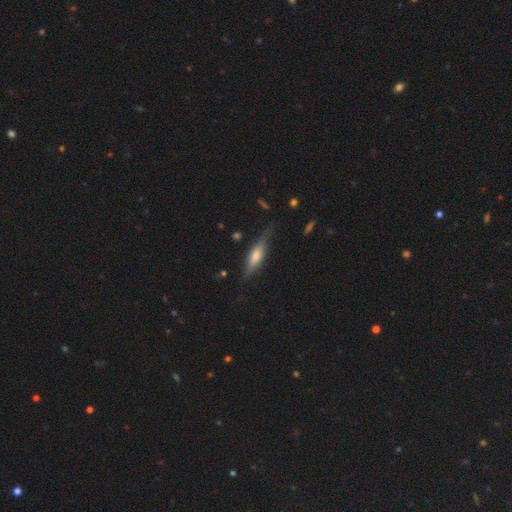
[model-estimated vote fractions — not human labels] smooth_or_featured: featured or disk (p=0.58) [alt: smooth p=0.35]
disk_edge_on: yes (p=0.93) [alt: no p=0.07]
edge_on_bulge: rounded (p=0.74) [alt: boxy p=0.19]
merging: none (p=0.75) [alt: minor disturbance p=0.18]